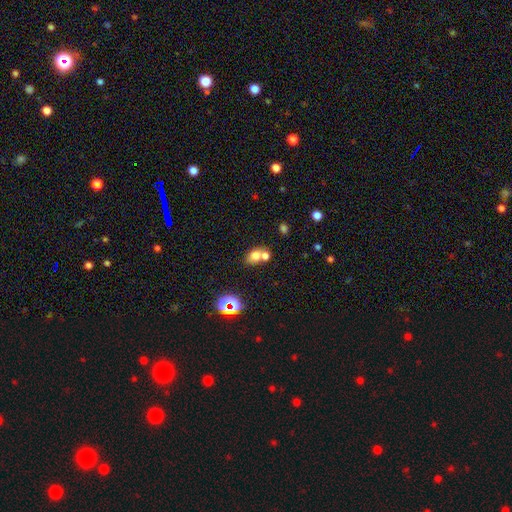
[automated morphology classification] Smooth or featured? Predicted: smooth (p=0.69). How rounded? Predicted: in between (p=0.54). Merging? Predicted: merger (p=0.50).